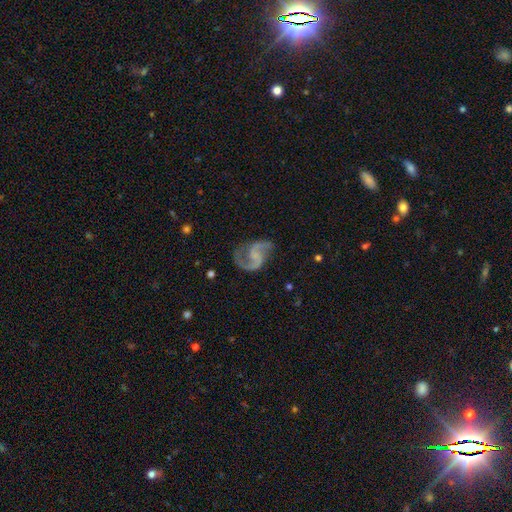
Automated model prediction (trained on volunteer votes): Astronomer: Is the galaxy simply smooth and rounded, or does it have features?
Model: featured or disk — 91%.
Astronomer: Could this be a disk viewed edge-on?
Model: no — 98%.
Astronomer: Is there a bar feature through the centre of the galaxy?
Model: no — 48% (runner-up: weak, 41%).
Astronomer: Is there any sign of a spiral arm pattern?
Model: yes — 97%.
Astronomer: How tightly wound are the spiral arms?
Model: medium — 48% (runner-up: loose, 44%).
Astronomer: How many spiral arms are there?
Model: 2 — 93%.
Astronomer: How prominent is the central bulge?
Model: none — 45% (runner-up: small, 41%).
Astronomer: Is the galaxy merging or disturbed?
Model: none — 73%.